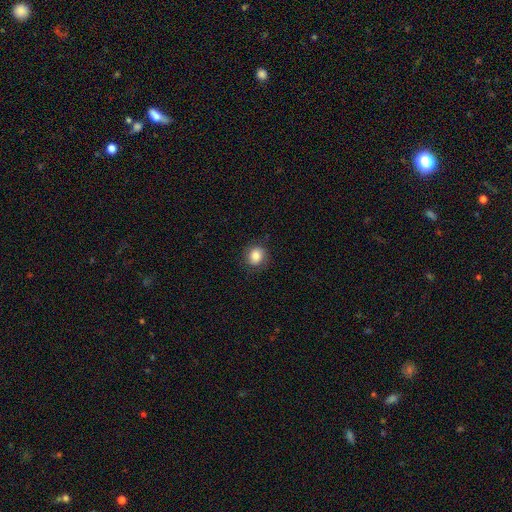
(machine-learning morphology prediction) Smooth or featured?
  - smooth: 82% *
  - star or artifact: 9%
  - featured or disk: 9%
How rounded?
  - round: 77% *
  - in between: 22%
  - cigar-shaped: 1%
Merging?
  - none: 84% *
  - minor disturbance: 12%
  - major disturbance: 4%
  - merger: 1%